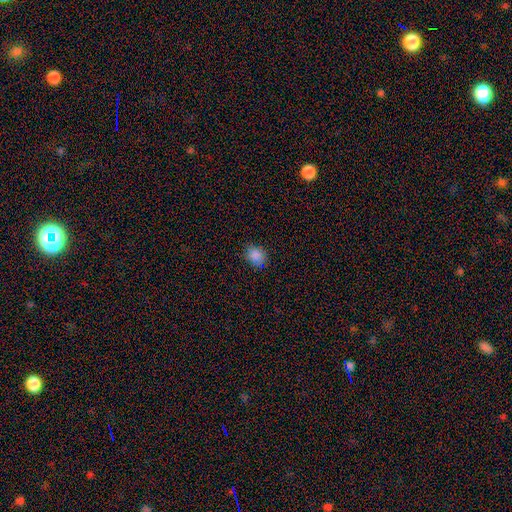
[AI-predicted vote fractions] A smooth galaxy with no disk features (85%) that is round (62%).

Vote fractions:
- Smooth or featured? smooth: 85% / star or artifact: 12% / featured or disk: 4%
- How rounded? round: 62% / in between: 37% / cigar-shaped: 1%
- Merging? none: 83% / minor disturbance: 13% / major disturbance: 3% / merger: 1%